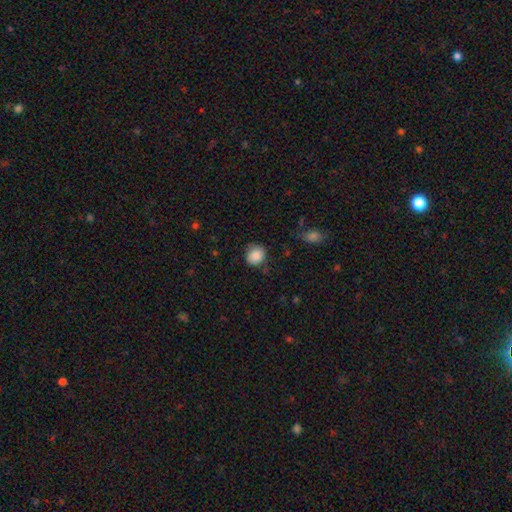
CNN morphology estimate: Smooth or featured?
  - smooth: 86% *
  - star or artifact: 8%
  - featured or disk: 6%
How rounded?
  - round: 75% *
  - in between: 24%
  - cigar-shaped: 1%
Merging?
  - none: 69% *
  - minor disturbance: 23%
  - major disturbance: 6%
  - merger: 2%